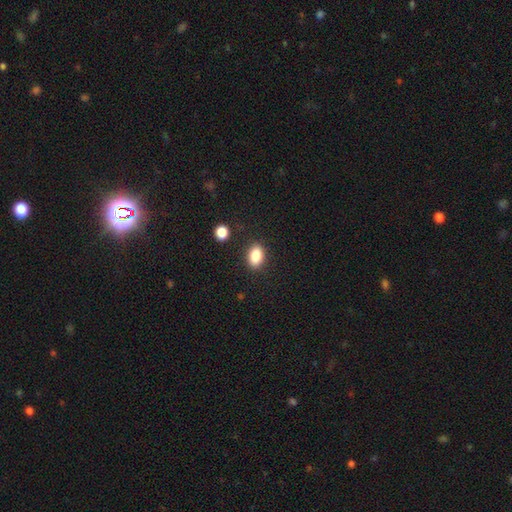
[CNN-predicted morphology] smooth 86%, star or artifact 9%, featured or disk 5%. Down the decision tree: how rounded — in between (84%); merging — none (86%).